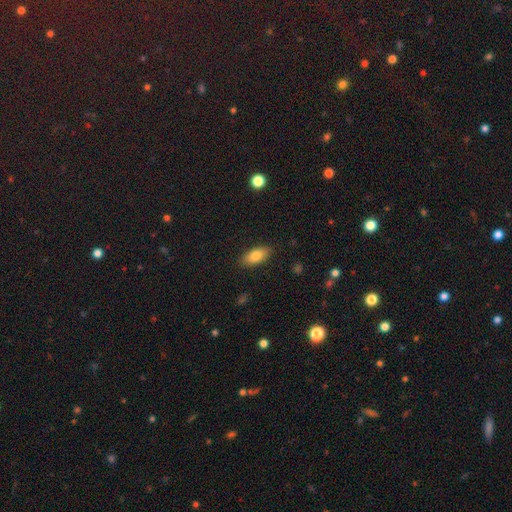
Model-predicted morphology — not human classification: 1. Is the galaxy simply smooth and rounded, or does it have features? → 81% smooth, 12% featured or disk, 7% star or artifact.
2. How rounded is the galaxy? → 84% in between, 13% cigar-shaped, 3% round.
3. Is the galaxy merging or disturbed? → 88% none, 9% minor disturbance, 2% major disturbance, 1% merger.